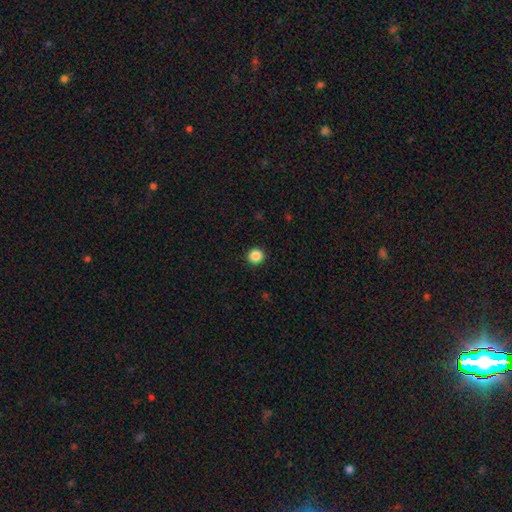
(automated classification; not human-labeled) smooth_or_featured: smooth (p=0.87) [alt: star or artifact p=0.10]
how_rounded: round (p=0.93) [alt: in between p=0.06]
merging: none (p=0.93) [alt: minor disturbance p=0.04]